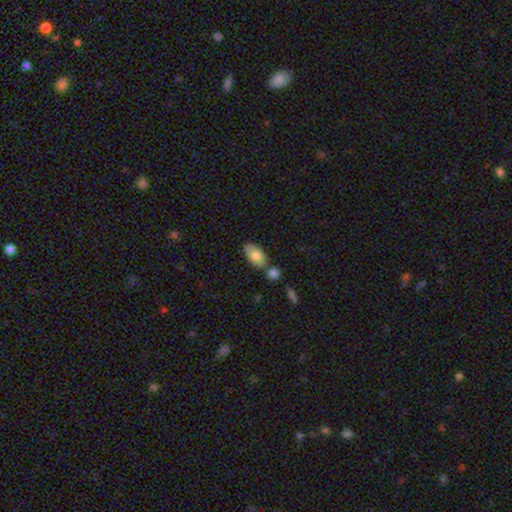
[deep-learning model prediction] A smooth galaxy with no disk features (75%) that is in between round and cigar-shaped (93%).

Vote fractions:
- Smooth or featured? smooth: 75% / featured or disk: 19% / star or artifact: 6%
- How rounded? in between: 93% / round: 5% / cigar-shaped: 2%
- Merging? none: 62% / merger: 19% / minor disturbance: 15% / major disturbance: 4%